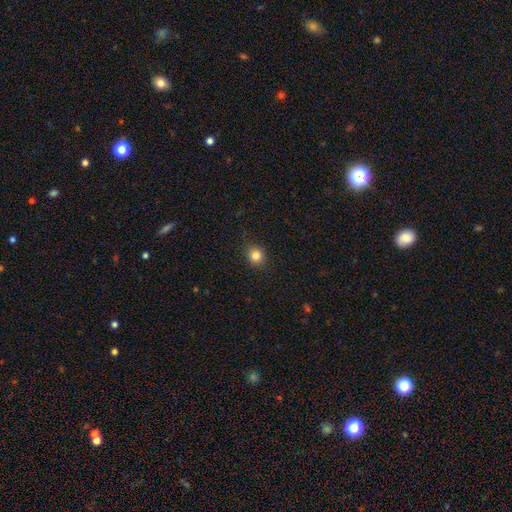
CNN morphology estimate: Overall: smooth (83%). How rounded: round (84%). Merging: none (89%).